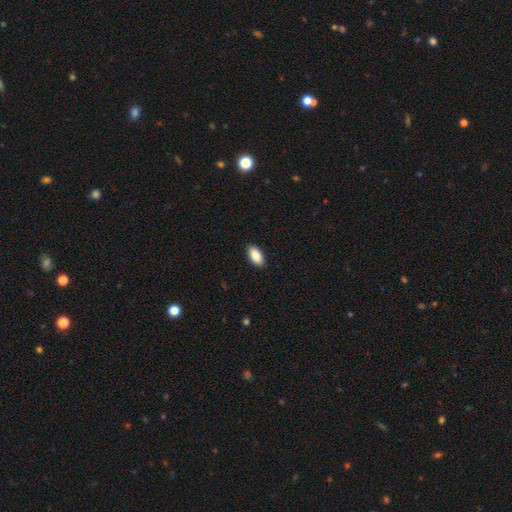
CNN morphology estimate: This appears to be a smooth galaxy with no disk features (89%) that is in between round and cigar-shaped (94%). Merging: none (91%).